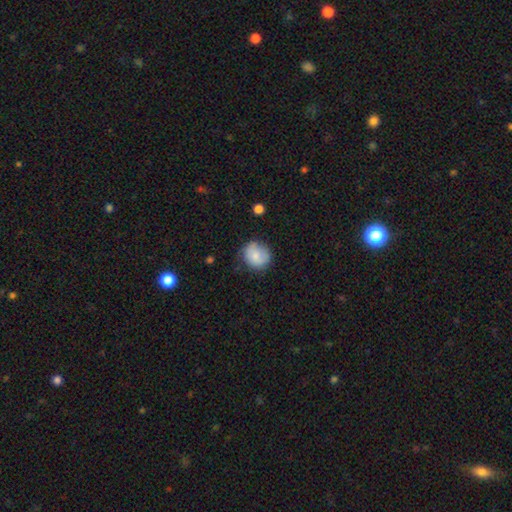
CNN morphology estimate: Smooth or featured: smooth — 76% (featured or disk — 16%)
How rounded: round — 81% (in between — 18%)
Merging: none — 68% (minor disturbance — 23%)